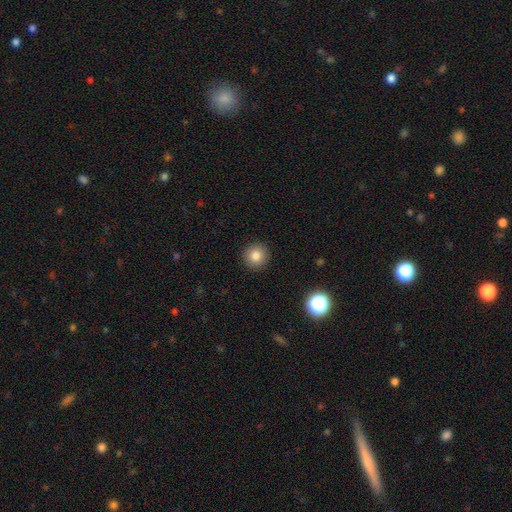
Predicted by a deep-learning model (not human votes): A smooth galaxy with no disk features (83%) that is round (94%). Merging: none (92%).